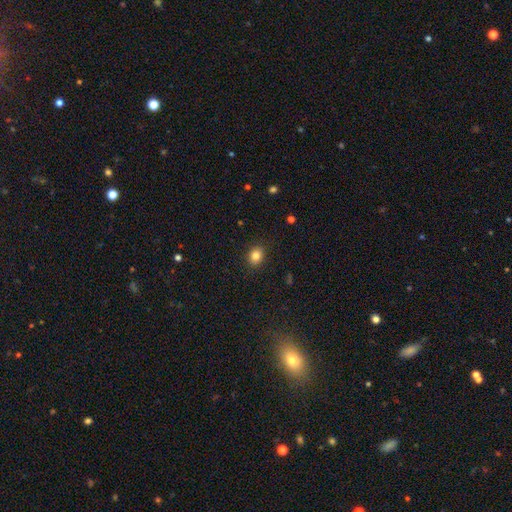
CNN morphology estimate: Smooth or featured? smooth (83%)
How rounded? round (53%)
Merging? none (89%)